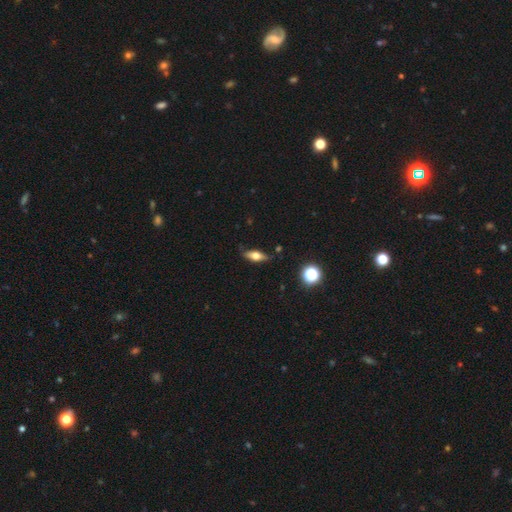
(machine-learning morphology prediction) This is possibly a smooth galaxy (53%). How rounded: likely in between (65%). Merging: likely none (80%).